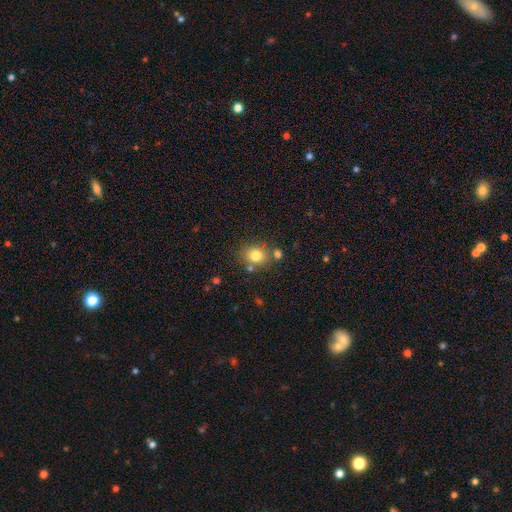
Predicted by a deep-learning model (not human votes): This appears to be a smooth galaxy with no disk features (78%) that is round (69%). Merging: none (71%).